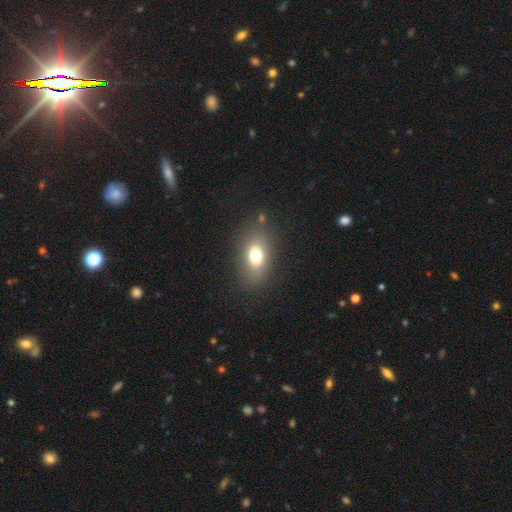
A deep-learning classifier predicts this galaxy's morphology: Q: Smooth or featured?
A: smooth (72%); runner-up: featured or disk (16%)
Q: How rounded?
A: in between (78%); runner-up: round (17%)
Q: Merging?
A: none (81%); runner-up: minor disturbance (12%)